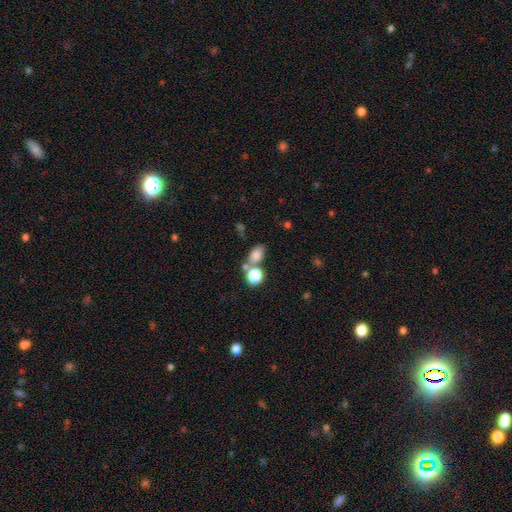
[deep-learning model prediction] Q: Smooth or featured?
A: smooth (76%); runner-up: star or artifact (14%)
Q: How rounded?
A: in between (73%); runner-up: round (25%)
Q: Merging?
A: none (50%); runner-up: merger (33%)